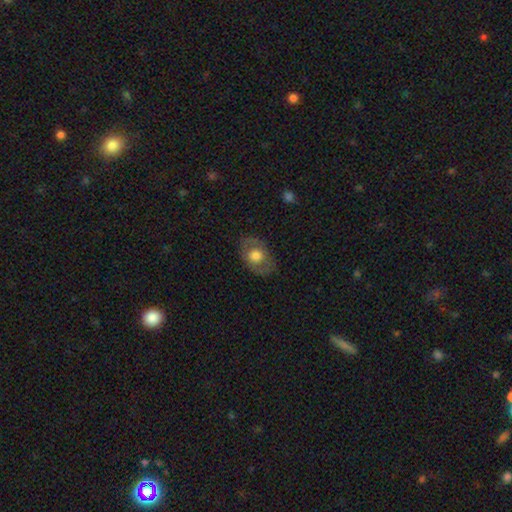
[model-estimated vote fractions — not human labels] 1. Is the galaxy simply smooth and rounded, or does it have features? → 59% smooth, 34% featured or disk, 7% star or artifact.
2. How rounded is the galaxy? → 72% in between, 27% round, 1% cigar-shaped.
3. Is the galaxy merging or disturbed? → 79% none, 14% minor disturbance, 5% major disturbance, 1% merger.